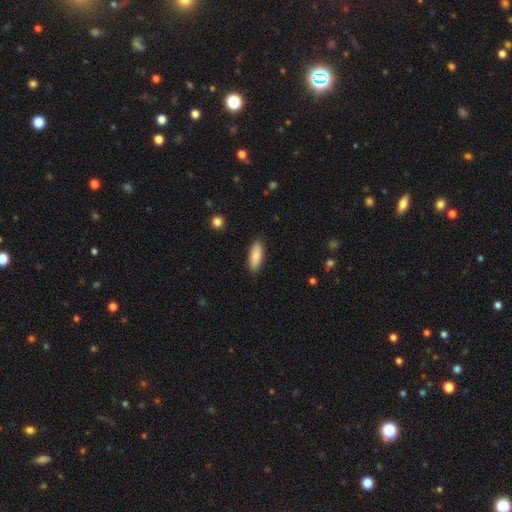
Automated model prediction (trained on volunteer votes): Smooth or featured? smooth (85%)
How rounded? in between (67%)
Merging? none (89%)